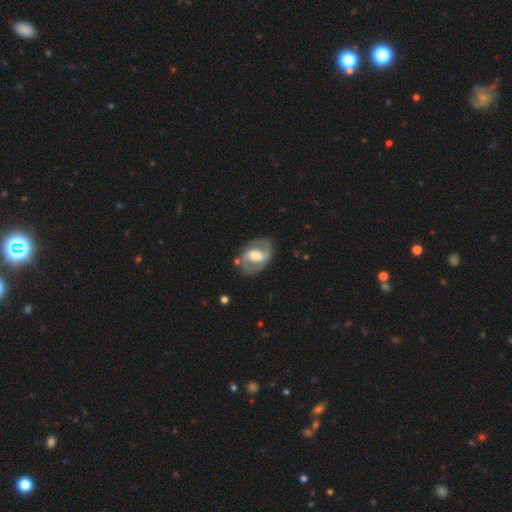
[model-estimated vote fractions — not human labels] Q: Smooth or featured?
A: featured or disk (78%); runner-up: smooth (17%)
Q: Edge-on disk?
A: no (96%); runner-up: yes (4%)
Q: Bar?
A: weak (46%); runner-up: strong (34%)
Q: Spiral arms?
A: yes (86%); runner-up: no (14%)
Q: Spiral winding?
A: medium (52%); runner-up: loose (24%)
Q: Spiral arm count?
A: 2 (88%); runner-up: can't tell (6%)
Q: Bulge size?
A: moderate (59%); runner-up: large (20%)
Q: Merging?
A: none (77%); runner-up: minor disturbance (15%)